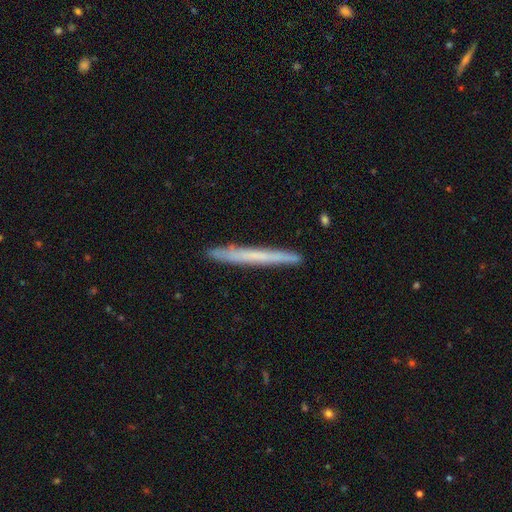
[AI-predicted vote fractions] The model was most divided on "smooth or featured": smooth: 52%, featured or disk: 42%, star or artifact: 6%. More confident: how rounded — cigar-shaped (97%); merging — none (90%).